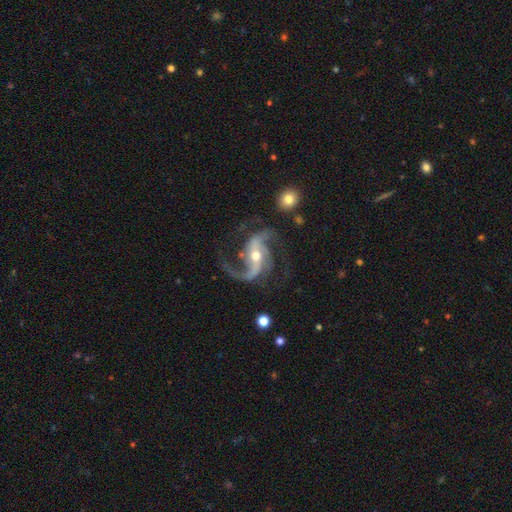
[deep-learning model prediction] This is clearly a featured or disk galaxy (92%). It is clearly not viewed edge-on (97%). Bar: marginally strong (38%). Spiral arm pattern: clearly yes (98%). Spiral arm count: likely 2 (77%). Spiral winding: possibly loose (57%). Central bulge: possibly moderate (60%). Merging: likely none (66%).